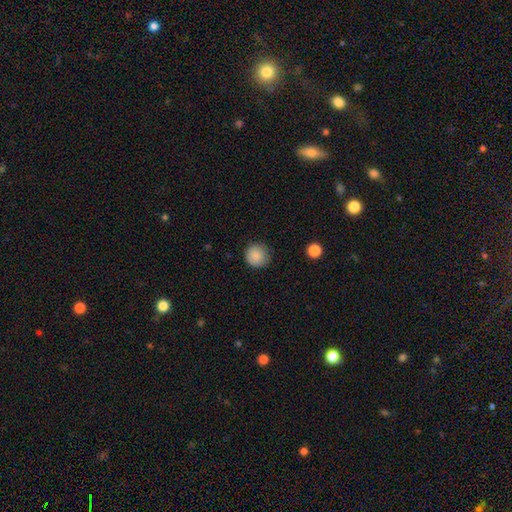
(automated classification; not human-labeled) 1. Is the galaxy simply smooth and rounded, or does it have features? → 86% smooth, 9% star or artifact, 5% featured or disk.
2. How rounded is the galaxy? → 94% round, 5% in between, 1% cigar-shaped.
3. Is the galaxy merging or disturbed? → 86% none, 11% minor disturbance, 2% major disturbance, 1% merger.